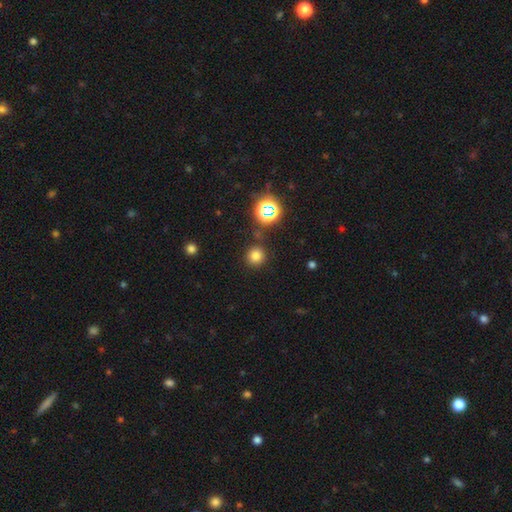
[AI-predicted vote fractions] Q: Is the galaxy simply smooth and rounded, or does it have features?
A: smooth — 74%.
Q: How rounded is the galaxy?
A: round — 93%.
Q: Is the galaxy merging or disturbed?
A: none — 86%.